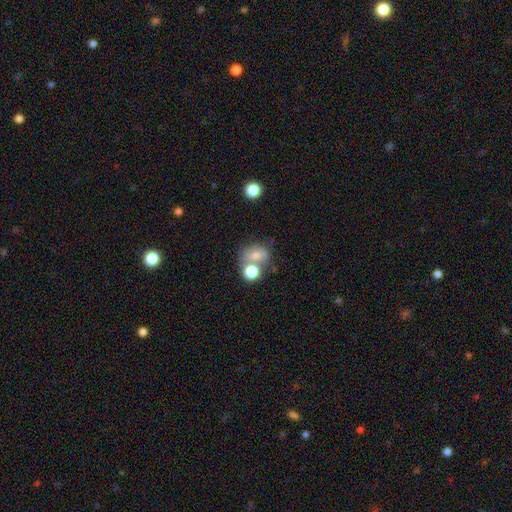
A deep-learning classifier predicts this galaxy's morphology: Q: Smooth or featured?
A: smooth (68%); runner-up: featured or disk (18%)
Q: How rounded?
A: round (55%); runner-up: in between (44%)
Q: Merging?
A: none (42%); runner-up: merger (39%)